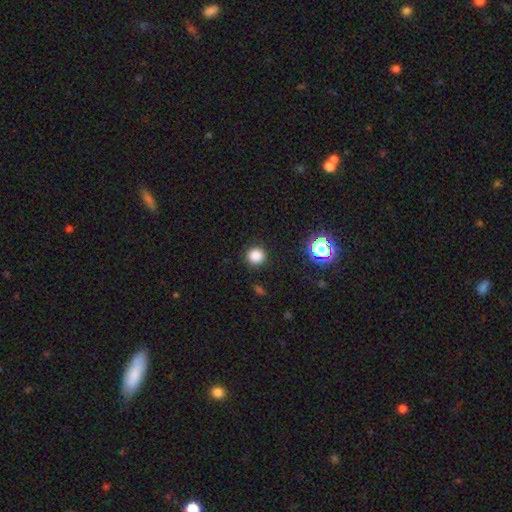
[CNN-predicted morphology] Smooth or featured? Predicted: smooth (p=0.83). How rounded? Predicted: round (p=0.93). Merging? Predicted: none (p=0.90).